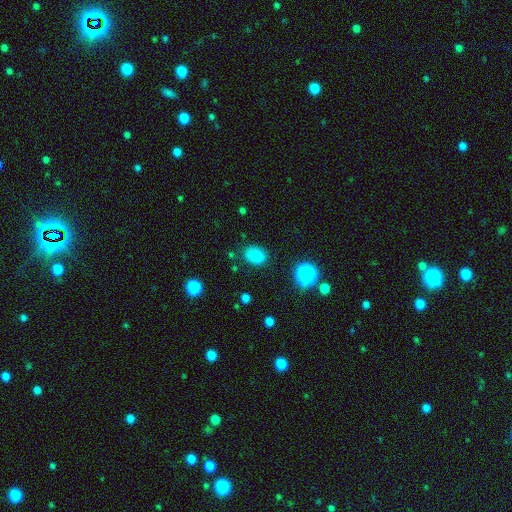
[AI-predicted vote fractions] Smooth or featured? Predicted: smooth (p=0.81). How rounded? Predicted: in between (p=0.70). Merging? Predicted: none (p=0.77).